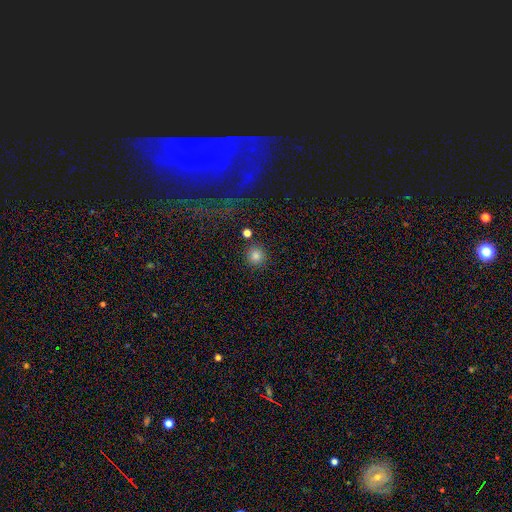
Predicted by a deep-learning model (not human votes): Q: Smooth or featured?
A: smooth (81%); runner-up: star or artifact (13%)
Q: How rounded?
A: round (95%); runner-up: in between (4%)
Q: Merging?
A: none (86%); runner-up: minor disturbance (6%)